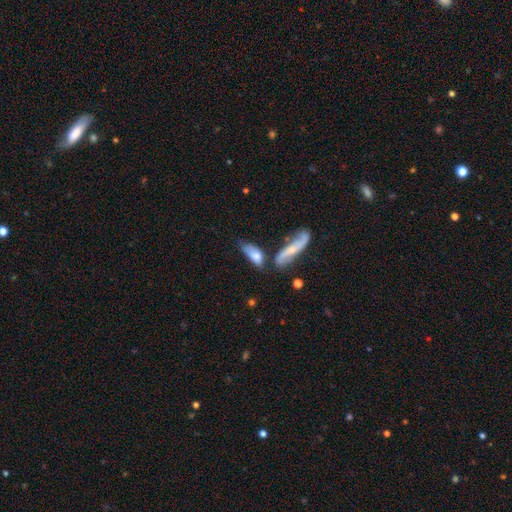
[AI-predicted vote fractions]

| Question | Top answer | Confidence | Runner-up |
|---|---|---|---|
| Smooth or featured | smooth | 65% | featured or disk (28%) |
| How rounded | in between | 71% | cigar-shaped (25%) |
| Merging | none | 36% | merger (31%) |